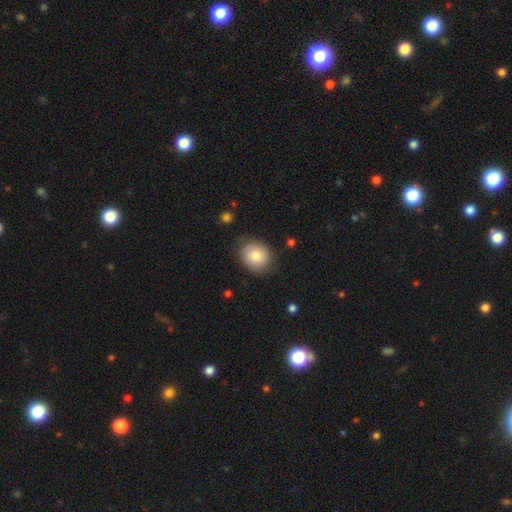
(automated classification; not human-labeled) The model was most divided on "how rounded": round: 68%, in between: 31%, cigar-shaped: 1%. More confident: merging — none (83%); smooth or featured — smooth (82%).